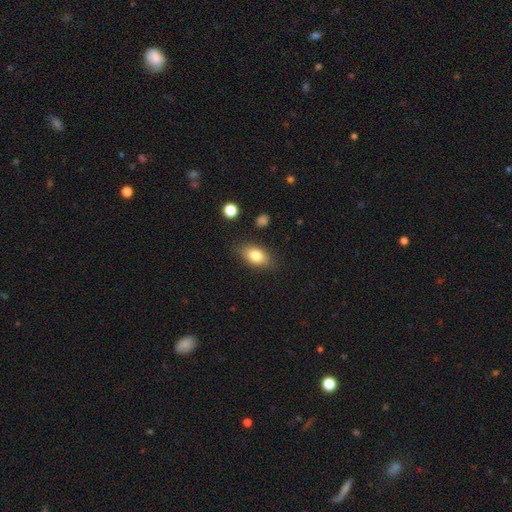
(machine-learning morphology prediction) smooth_or_featured: smooth (p=0.80) [alt: featured or disk p=0.12]
how_rounded: in between (p=0.86) [alt: round p=0.10]
merging: none (p=0.82) [alt: minor disturbance p=0.13]